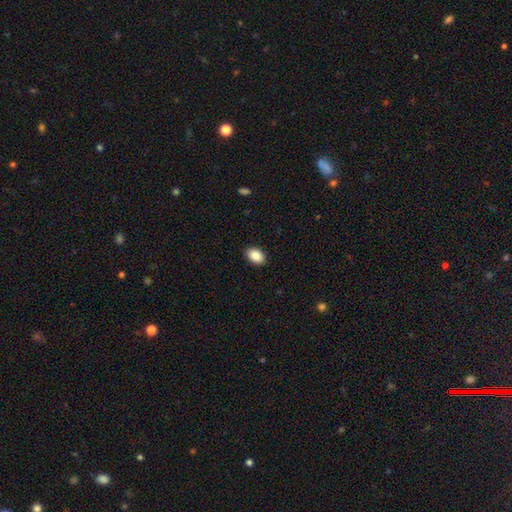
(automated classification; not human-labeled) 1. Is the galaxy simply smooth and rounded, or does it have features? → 87% smooth, 8% star or artifact, 6% featured or disk.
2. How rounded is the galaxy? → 86% in between, 12% round, 1% cigar-shaped.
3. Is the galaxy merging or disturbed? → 90% none, 8% minor disturbance, 2% major disturbance, 1% merger.